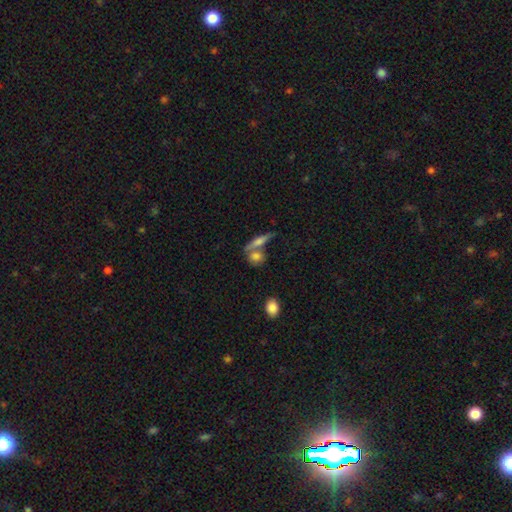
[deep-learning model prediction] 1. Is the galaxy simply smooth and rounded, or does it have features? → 67% smooth, 23% featured or disk, 9% star or artifact.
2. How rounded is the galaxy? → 43% in between, 40% round, 17% cigar-shaped.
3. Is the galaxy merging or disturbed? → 51% none, 33% merger, 11% minor disturbance, 5% major disturbance.